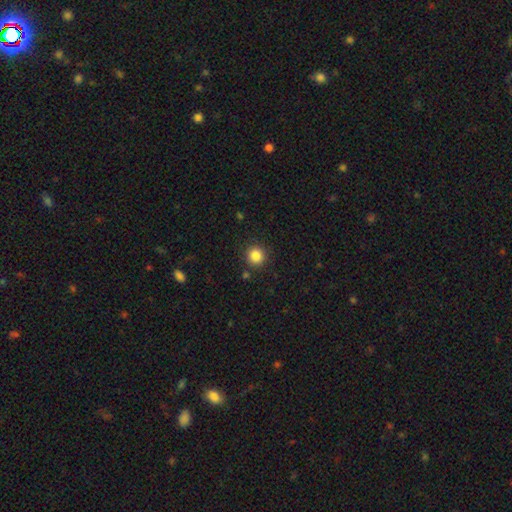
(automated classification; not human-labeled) Smooth or featured?
  - smooth: 85% *
  - star or artifact: 11%
  - featured or disk: 4%
How rounded?
  - round: 93% *
  - in between: 6%
  - cigar-shaped: 1%
Merging?
  - none: 89% *
  - minor disturbance: 7%
  - major disturbance: 2%
  - merger: 2%